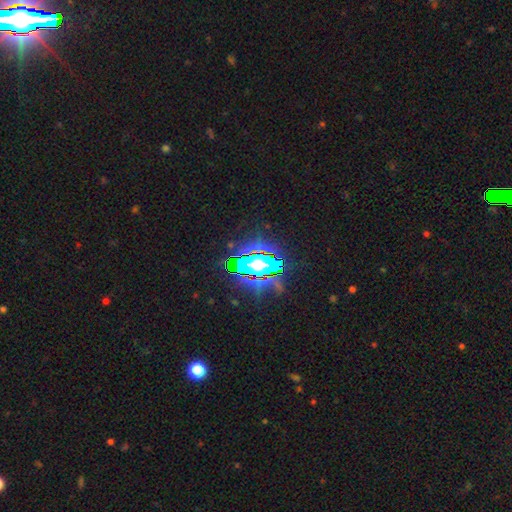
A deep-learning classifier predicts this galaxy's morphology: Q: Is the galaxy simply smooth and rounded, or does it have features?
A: star or artifact — 78%.